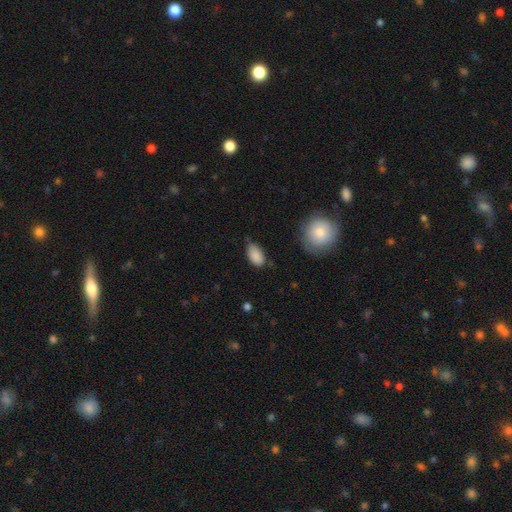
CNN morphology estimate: smooth 88%, star or artifact 7%, featured or disk 5%. Down the decision tree: how rounded — in between (94%); merging — none (68%).